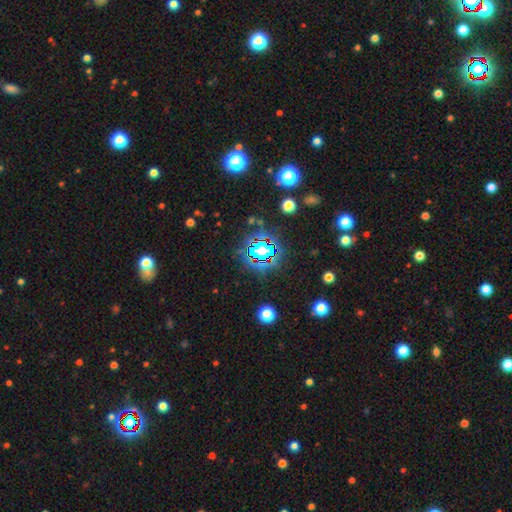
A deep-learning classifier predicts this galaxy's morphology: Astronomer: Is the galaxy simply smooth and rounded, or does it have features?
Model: star or artifact — 80%.